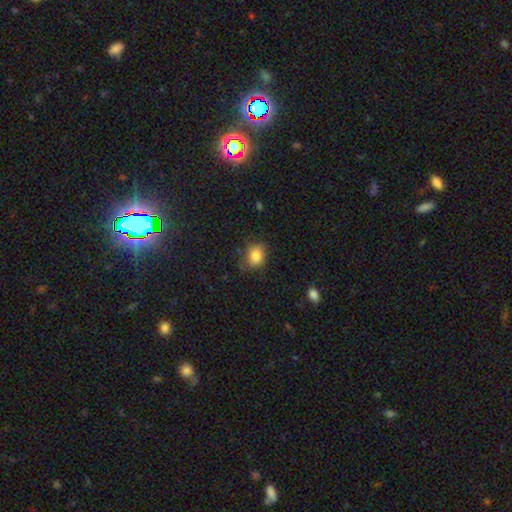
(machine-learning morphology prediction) The model was most divided on "how rounded": round: 51%, in between: 48%, cigar-shaped: 1%. More confident: smooth or featured — smooth (83%); merging — none (70%).